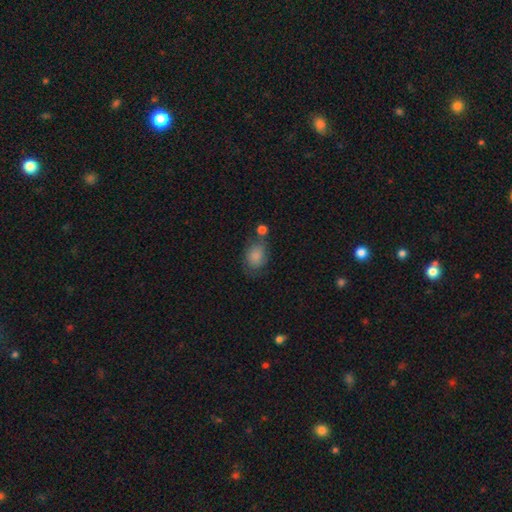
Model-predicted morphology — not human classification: Q: Smooth or featured?
A: smooth (84%); runner-up: star or artifact (8%)
Q: How rounded?
A: in between (60%); runner-up: round (39%)
Q: Merging?
A: none (56%); runner-up: minor disturbance (23%)